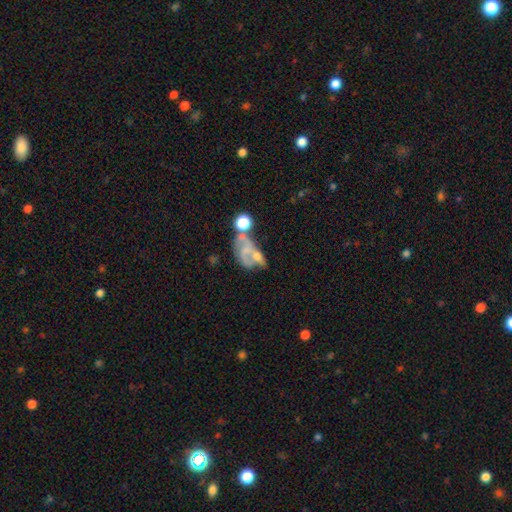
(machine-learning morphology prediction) Smooth or featured?
  - featured or disk: 51% *
  - smooth: 27%
  - star or artifact: 22%
Edge-on disk?
  - no: 95% *
  - yes: 5%
Merging?
  - merger: 32% *
  - none: 31%
  - major disturbance: 21%
  - minor disturbance: 16%